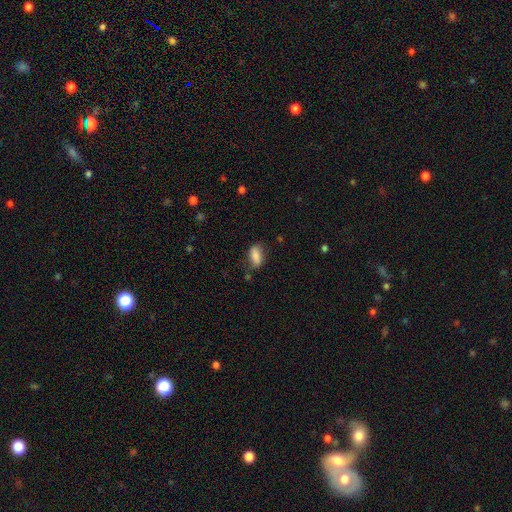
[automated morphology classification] A smooth galaxy with no disk features (82%) that is in between round and cigar-shaped (86%).

Vote fractions:
- Smooth or featured? smooth: 82% / featured or disk: 11% / star or artifact: 8%
- How rounded? in between: 86% / cigar-shaped: 8% / round: 6%
- Merging? none: 69% / minor disturbance: 22% / major disturbance: 6% / merger: 3%